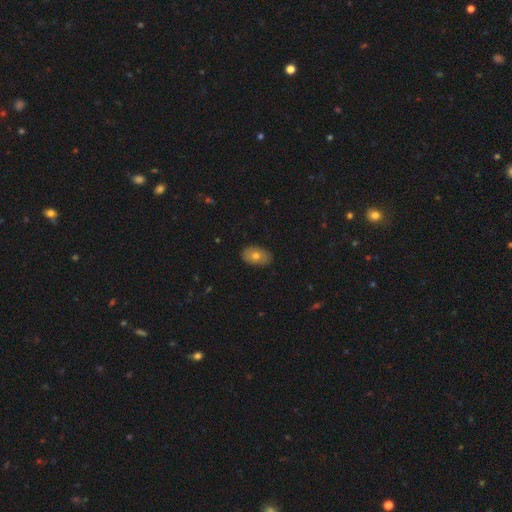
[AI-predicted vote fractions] Smooth or featured? smooth (69%)
How rounded? in between (88%)
Merging? none (84%)